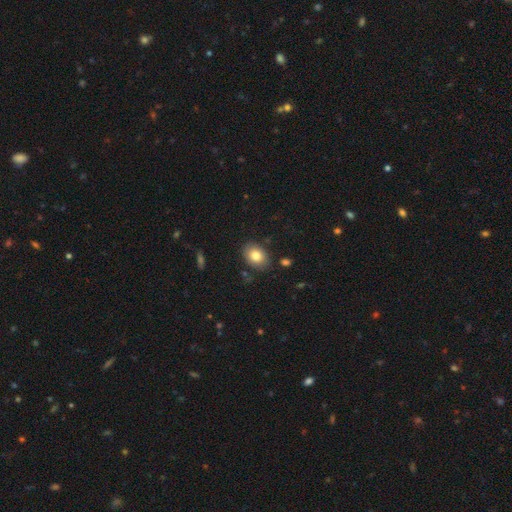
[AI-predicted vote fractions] Smooth or featured: smooth — 81% (featured or disk — 11%)
How rounded: in between — 71% (round — 28%)
Merging: none — 85% (minor disturbance — 11%)